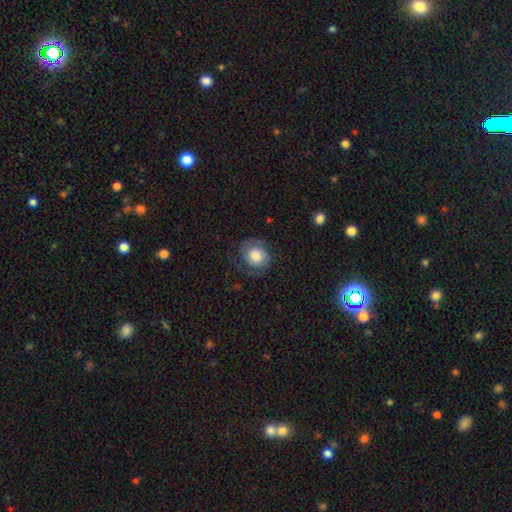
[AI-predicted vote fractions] smooth-or-featured: featured or disk: 58% | smooth: 34% | star or artifact: 8%
  disk-edge-on: no: 98% | yes: 2%
    bar: no: 79% | weak: 17% | strong: 3%
    has-spiral-arms: yes: 89% | no: 11%
      spiral-winding: tight: 42% | medium: 39% | loose: 19%
      spiral-arm-count: 2: 79% | 1: 8% | can't tell: 8% | 3: 2% | 4: 1% | more than 4: 1%
    bulge-size: large: 49% | moderate: 31% | dominant: 10% | small: 7% | none: 3%
  merging: none: 67% | minor disturbance: 19% | major disturbance: 13% | merger: 1%